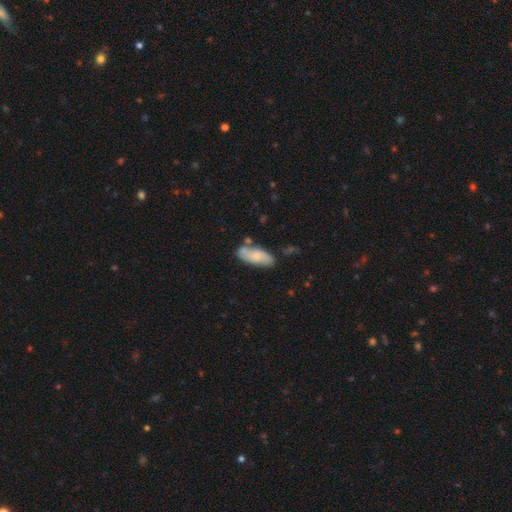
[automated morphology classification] Overall: smooth (69%). How rounded: in between (78%). Merging: none (63%).